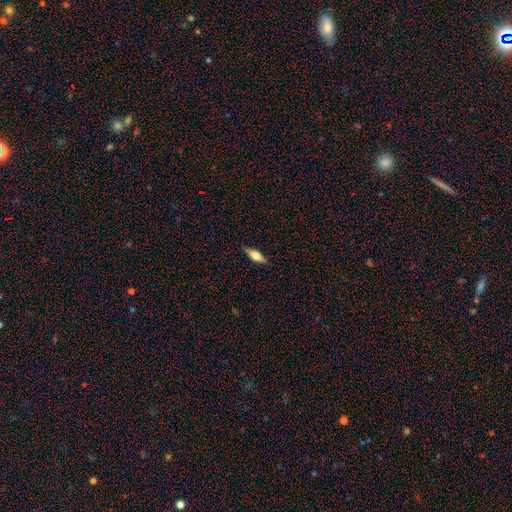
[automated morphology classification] A smooth galaxy with no disk features (56%) that is in between round and cigar-shaped (52%).

Vote fractions:
- Smooth or featured? smooth: 56% / featured or disk: 37% / star or artifact: 7%
- How rounded? in between: 52% / cigar-shaped: 46% / round: 3%
- Merging? none: 83% / minor disturbance: 13% / major disturbance: 3% / merger: 1%